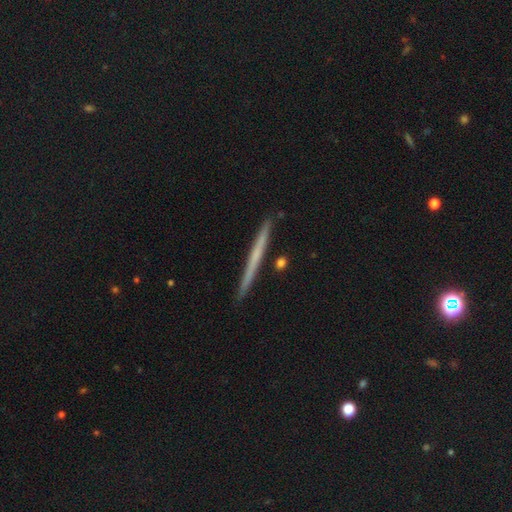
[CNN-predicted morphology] type=featured or disk (49%); merging=none (90%).